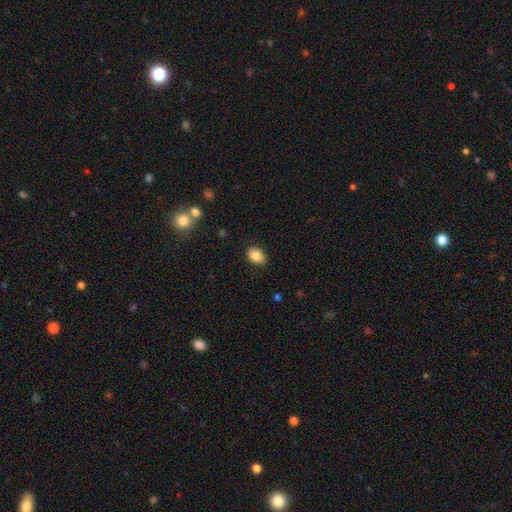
smooth_or_featured: smooth (p=0.88) [alt: star or artifact p=0.07]
how_rounded: in between (p=0.80) [alt: round p=0.20]
merging: none (p=0.86) [alt: minor disturbance p=0.08]